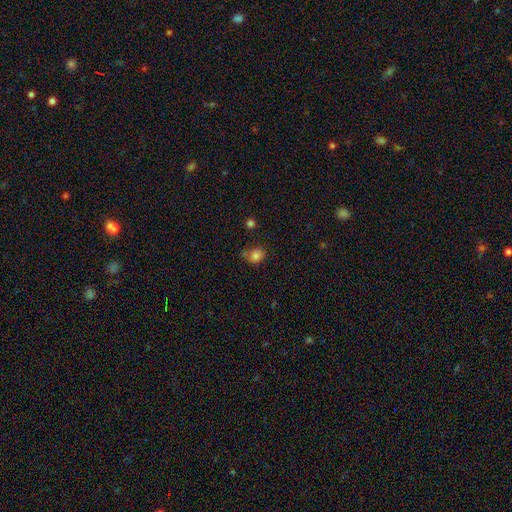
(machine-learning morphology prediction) Smooth or featured? smooth (80%)
How rounded? round (53%)
Merging? none (53%)